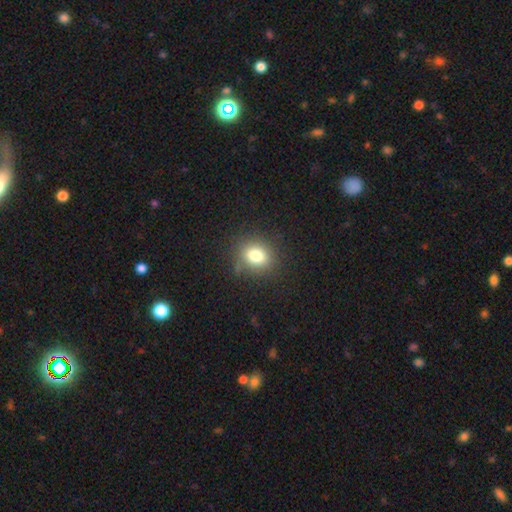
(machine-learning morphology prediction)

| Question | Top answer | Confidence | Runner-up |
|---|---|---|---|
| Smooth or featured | smooth | 78% | star or artifact (13%) |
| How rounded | round | 55% | in between (44%) |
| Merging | none | 82% | minor disturbance (12%) |